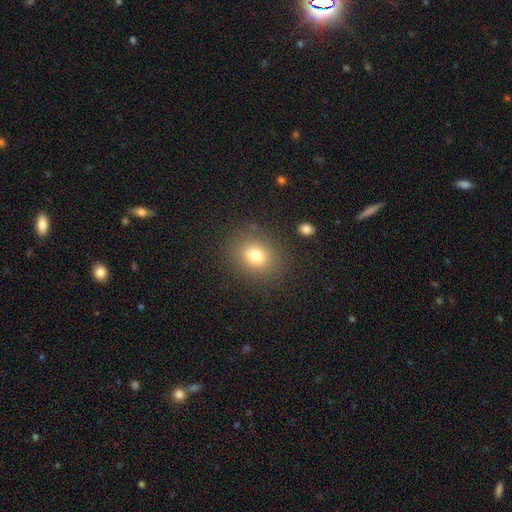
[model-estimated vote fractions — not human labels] smooth 77%, star or artifact 13%, featured or disk 10%. Down the decision tree: how rounded — round (59%); merging — none (84%).